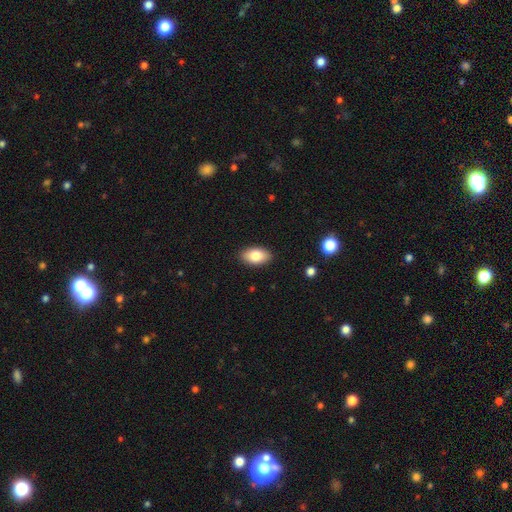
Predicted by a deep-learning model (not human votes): smooth-or-featured: smooth: 82% | featured or disk: 11% | star or artifact: 7%
  how-rounded: in between: 93% | round: 5% | cigar-shaped: 2%
  merging: none: 89% | minor disturbance: 8% | major disturbance: 2% | merger: 1%